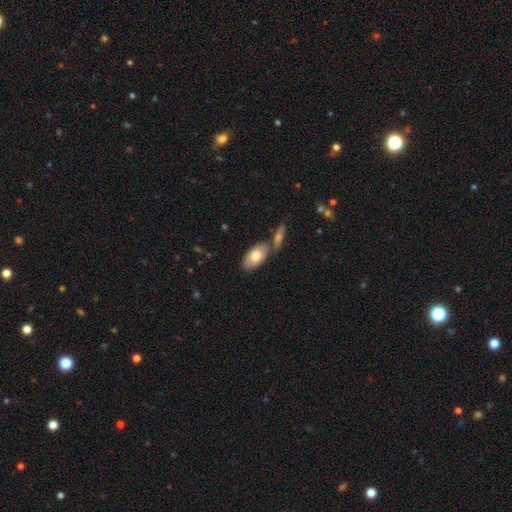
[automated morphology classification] A smooth galaxy with no disk features (72%) that is in between round and cigar-shaped (93%). Merging: none (58%).